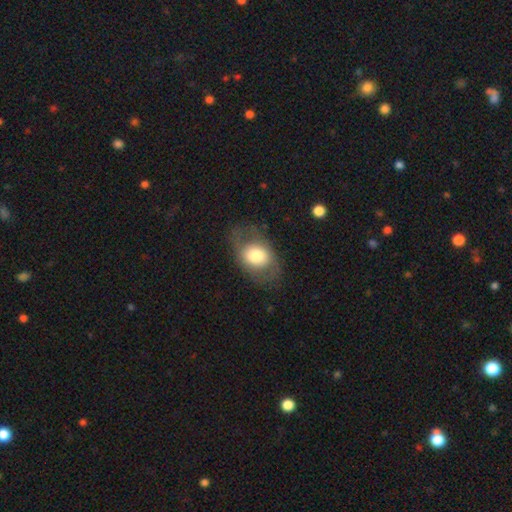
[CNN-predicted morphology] Q: Smooth or featured?
A: smooth (63%); runner-up: featured or disk (30%)
Q: How rounded?
A: in between (75%); runner-up: round (24%)
Q: Merging?
A: none (69%); runner-up: minor disturbance (17%)